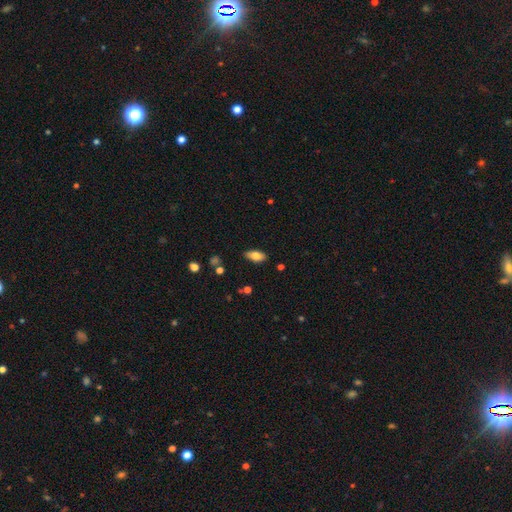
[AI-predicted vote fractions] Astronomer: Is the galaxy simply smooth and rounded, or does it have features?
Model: smooth — 77%.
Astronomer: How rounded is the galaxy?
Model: in between — 87%.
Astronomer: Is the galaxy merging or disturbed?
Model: none — 85%.